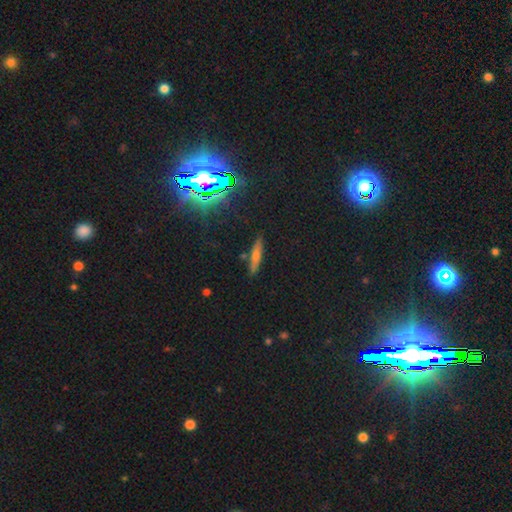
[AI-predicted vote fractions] Smooth or featured? smooth (53%)
How rounded? cigar-shaped (84%)
Merging? none (85%)